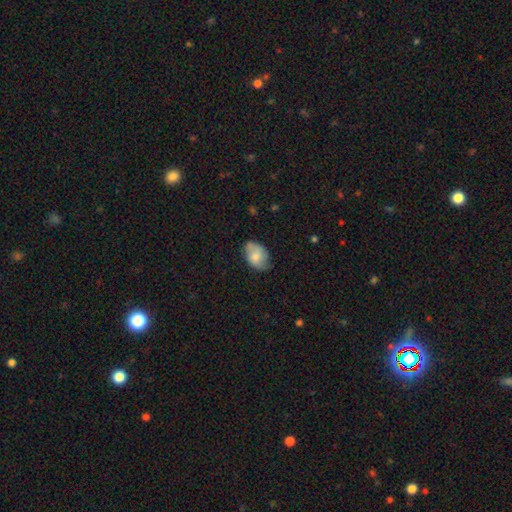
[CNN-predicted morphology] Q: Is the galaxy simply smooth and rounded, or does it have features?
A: smooth — 74%.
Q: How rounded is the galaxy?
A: in between — 85%.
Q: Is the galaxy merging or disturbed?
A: none — 66%.